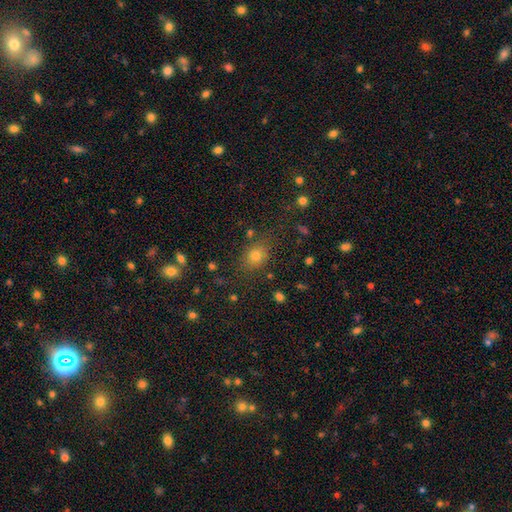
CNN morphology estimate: The model was most divided on "how rounded": round: 51%, in between: 48%, cigar-shaped: 2%. More confident: merging — none (78%); smooth or featured — smooth (71%).